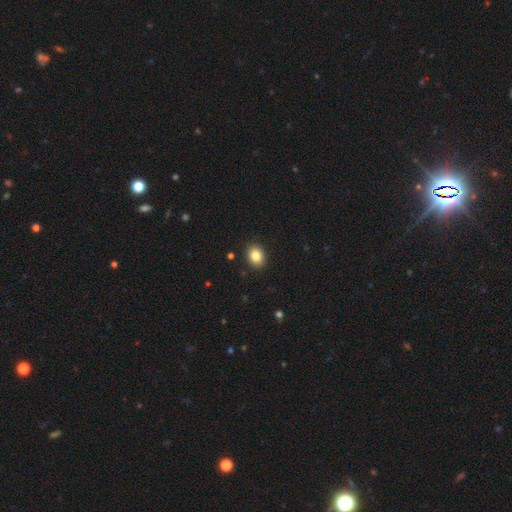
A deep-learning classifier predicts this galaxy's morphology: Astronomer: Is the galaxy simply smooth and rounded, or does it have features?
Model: smooth — 84%.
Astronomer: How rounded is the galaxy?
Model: in between — 58% (runner-up: round, 41%).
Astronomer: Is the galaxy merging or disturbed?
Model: none — 90%.